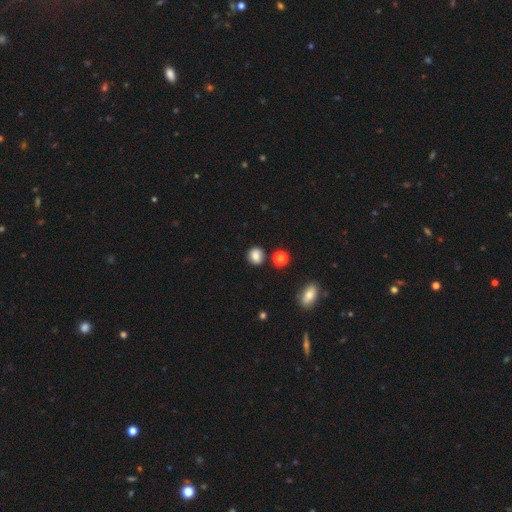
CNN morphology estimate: A smooth galaxy with no disk features (80%) that is round (83%).

Vote fractions:
- Smooth or featured? smooth: 80% / star or artifact: 11% / featured or disk: 9%
- How rounded? round: 83% / in between: 16% / cigar-shaped: 1%
- Merging? none: 84% / minor disturbance: 9% / merger: 4% / major disturbance: 2%